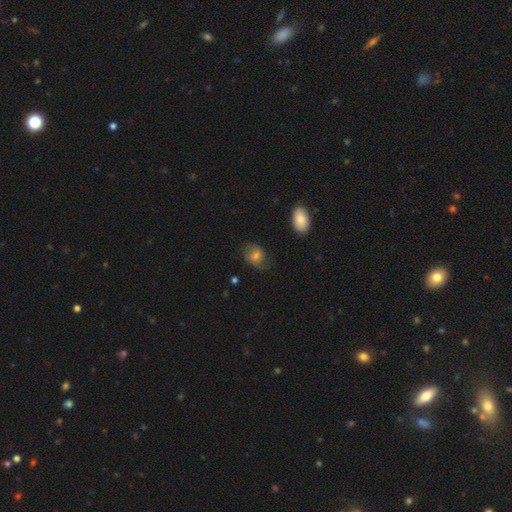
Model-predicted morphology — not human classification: smooth_or_featured: smooth (p=0.55) [alt: featured or disk p=0.34]
how_rounded: in between (p=0.60) [alt: round p=0.39]
merging: none (p=0.65) [alt: minor disturbance p=0.23]